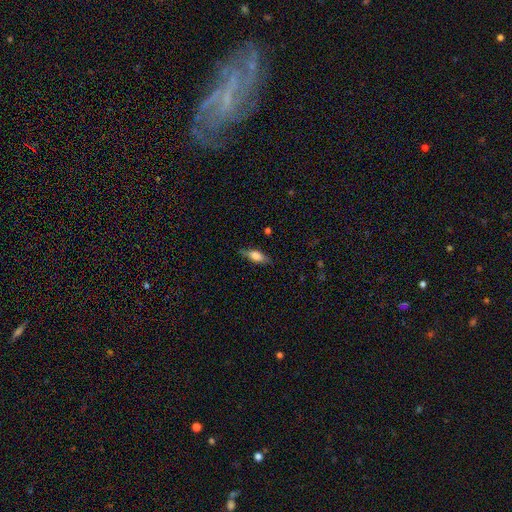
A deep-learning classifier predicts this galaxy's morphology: This appears to be a smooth galaxy with no disk features (60%) that is in between round and cigar-shaped (58%). Merging: none (80%).